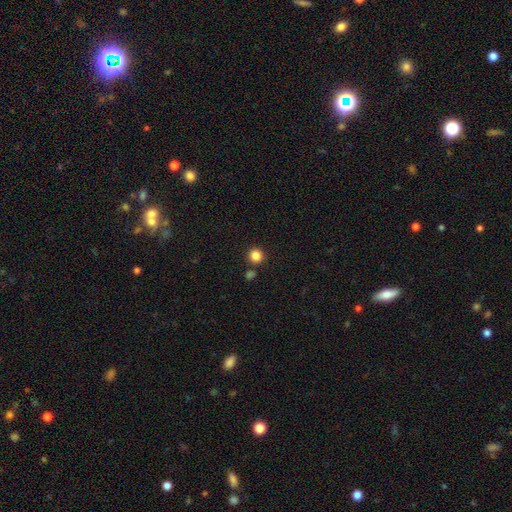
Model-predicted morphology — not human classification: smooth 84%, star or artifact 12%, featured or disk 4%. Down the decision tree: how rounded — round (93%); merging — none (84%).